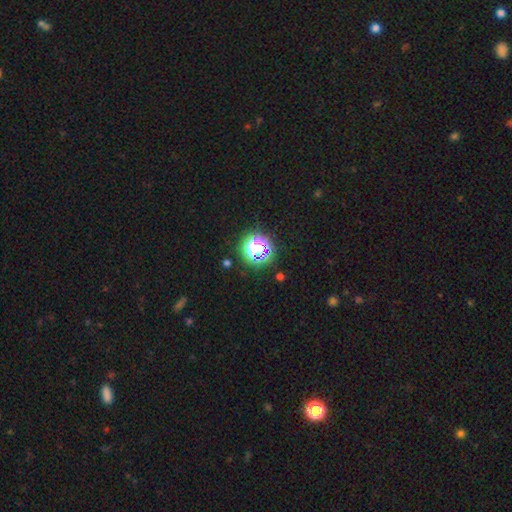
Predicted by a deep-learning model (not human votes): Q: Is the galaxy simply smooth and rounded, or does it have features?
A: star or artifact — 60%.